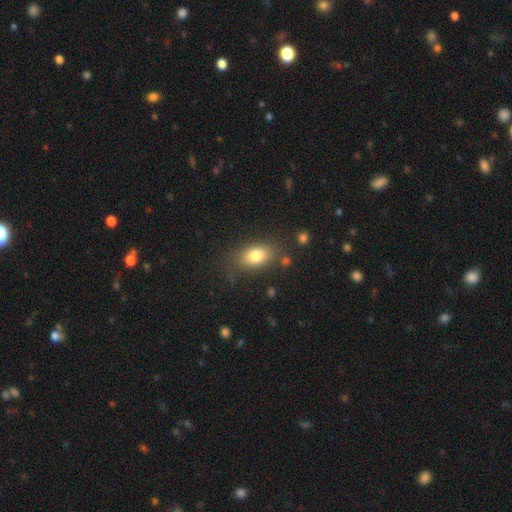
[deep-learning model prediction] A smooth galaxy with no disk features (79%) that is in between round and cigar-shaped (83%). Merging: none (76%).